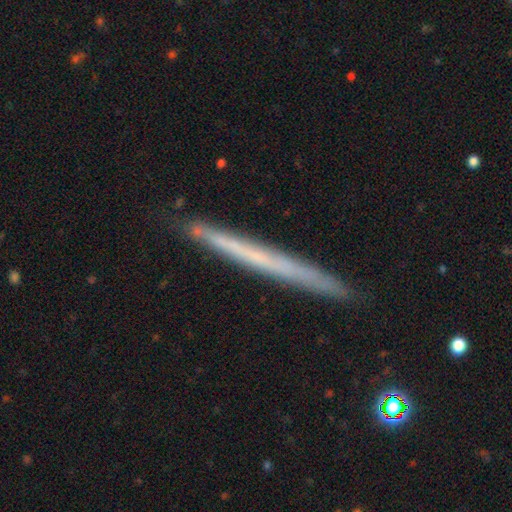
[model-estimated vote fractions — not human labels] Smooth or featured? featured or disk (55%)
Edge-on disk? yes (95%)
Edge-on bulge? none (91%)
Merging? none (88%)